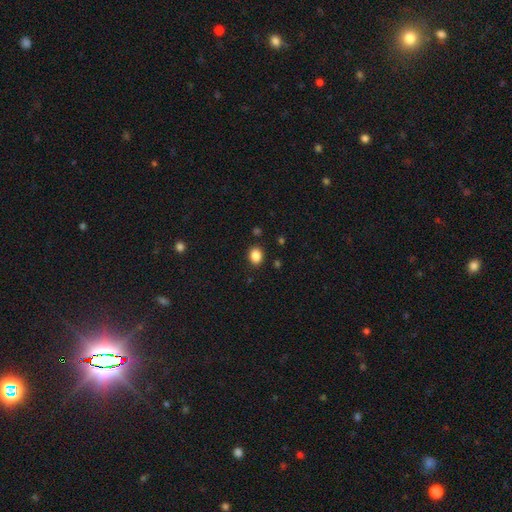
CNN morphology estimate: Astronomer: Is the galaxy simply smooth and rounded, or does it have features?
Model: smooth — 86%.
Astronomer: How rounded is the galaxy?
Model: in between — 52% (runner-up: round, 47%).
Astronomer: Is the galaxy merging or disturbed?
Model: none — 88%.